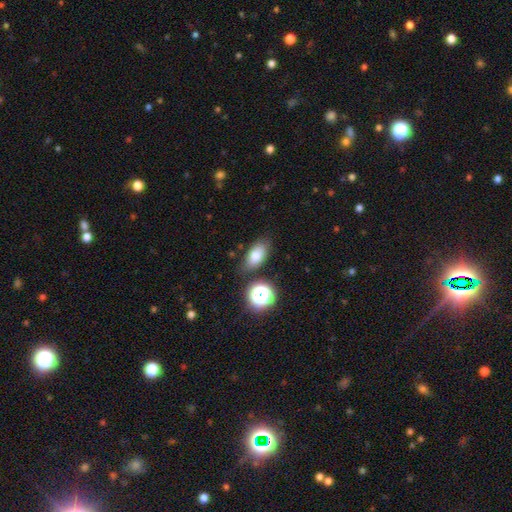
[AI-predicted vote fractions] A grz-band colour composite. It shows a smooth galaxy with no disk features (76%) that is in between round and cigar-shaped (85%). Merging: none (75%).